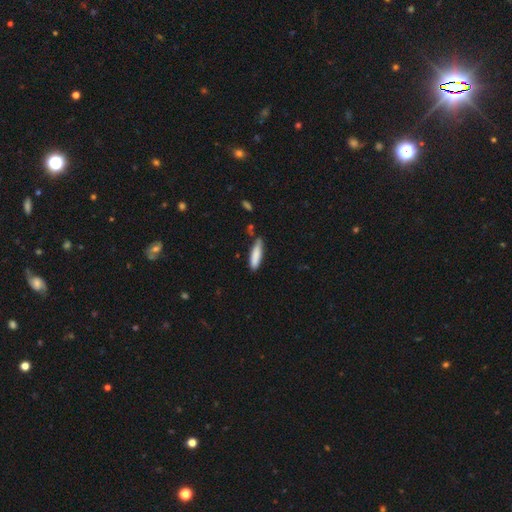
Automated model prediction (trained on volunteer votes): Smooth or featured? smooth (84%)
How rounded? cigar-shaped (71%)
Merging? none (69%)